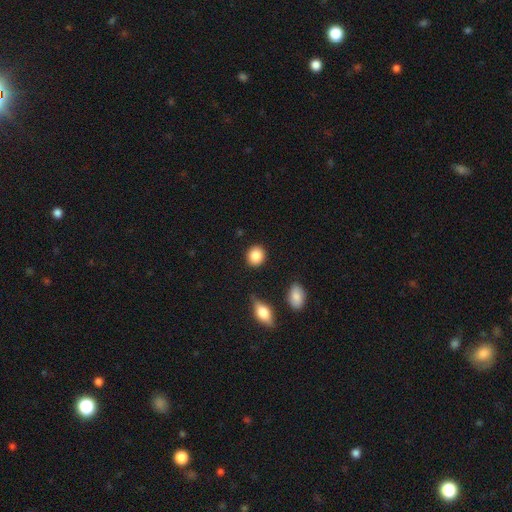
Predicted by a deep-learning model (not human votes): Overall: smooth (87%). How rounded: round (76%). Merging: none (88%).